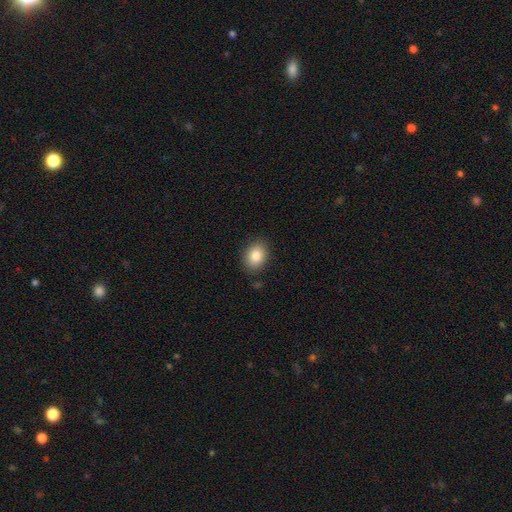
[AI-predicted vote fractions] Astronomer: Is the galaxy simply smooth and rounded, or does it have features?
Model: smooth — 85%.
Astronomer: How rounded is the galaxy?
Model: in between — 66%.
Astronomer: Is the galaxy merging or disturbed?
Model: none — 85%.